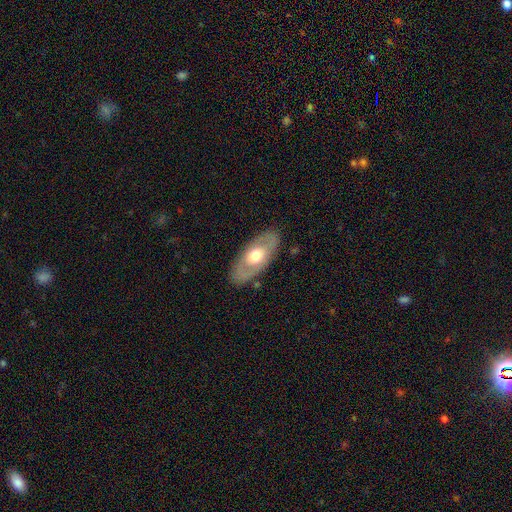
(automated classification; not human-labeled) Morphology: type=featured or disk (49%); merging=none (84%).